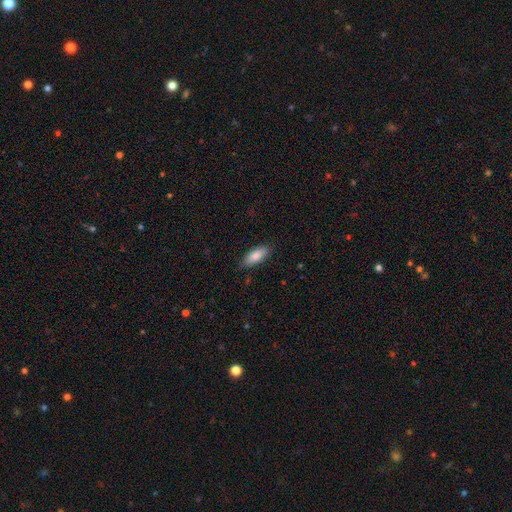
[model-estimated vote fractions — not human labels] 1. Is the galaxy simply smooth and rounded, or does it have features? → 83% smooth, 11% featured or disk, 6% star or artifact.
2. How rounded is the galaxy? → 77% in between, 22% cigar-shaped, 2% round.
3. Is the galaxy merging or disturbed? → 85% none, 12% minor disturbance, 2% major disturbance, 1% merger.